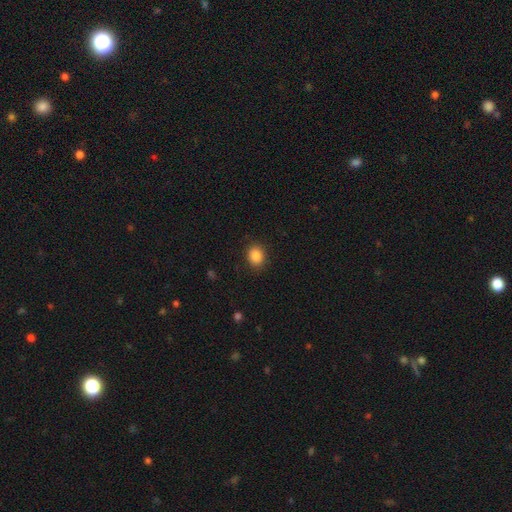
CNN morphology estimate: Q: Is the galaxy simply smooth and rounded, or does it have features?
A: smooth — 87%.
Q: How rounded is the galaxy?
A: round — 59%.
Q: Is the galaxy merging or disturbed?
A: none — 88%.